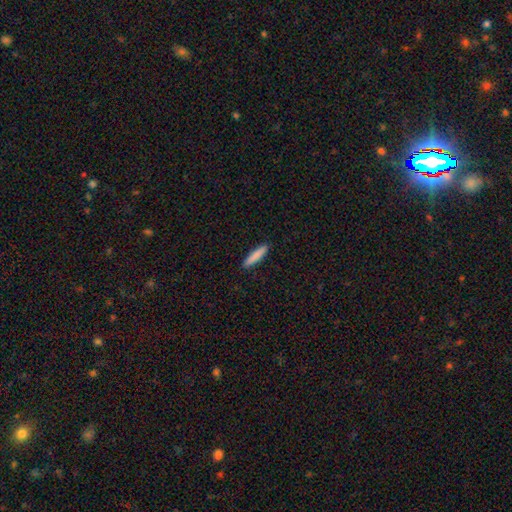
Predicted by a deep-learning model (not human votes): smooth-or-featured: smooth: 85% | featured or disk: 9% | star or artifact: 6%
  how-rounded: cigar-shaped: 88% | in between: 11% | round: 1%
  merging: none: 92% | minor disturbance: 6% | major disturbance: 1% | merger: 1%